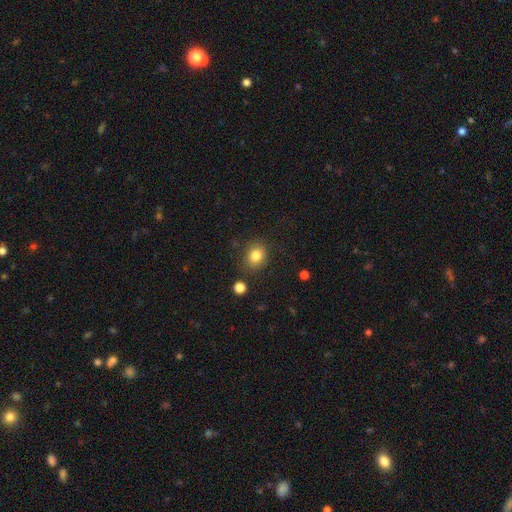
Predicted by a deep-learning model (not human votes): This is clearly a smooth galaxy (82%). How rounded: likely round (66%). Merging: clearly none (84%).